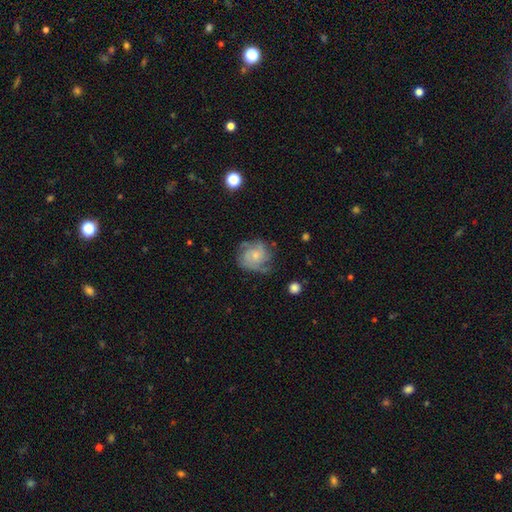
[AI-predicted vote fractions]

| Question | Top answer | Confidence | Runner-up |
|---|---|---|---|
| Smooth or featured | featured or disk | 72% | smooth (21%) |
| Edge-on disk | no | 98% | yes (2%) |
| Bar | no | 75% | weak (22%) |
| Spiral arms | yes | 92% | no (8%) |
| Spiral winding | tight | 47% | medium (40%) |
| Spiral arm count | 2 | 30% | 3 (28%) |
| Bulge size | small | 64% | moderate (29%) |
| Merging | none | 63% | minor disturbance (24%) |